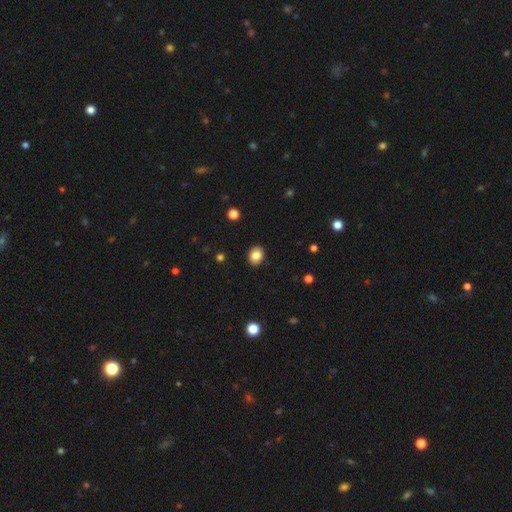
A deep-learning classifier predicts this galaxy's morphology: smooth-or-featured: smooth: 84% | star or artifact: 9% | featured or disk: 6%
  how-rounded: round: 51% | in between: 48% | cigar-shaped: 1%
  merging: none: 90% | minor disturbance: 7% | major disturbance: 2% | merger: 1%